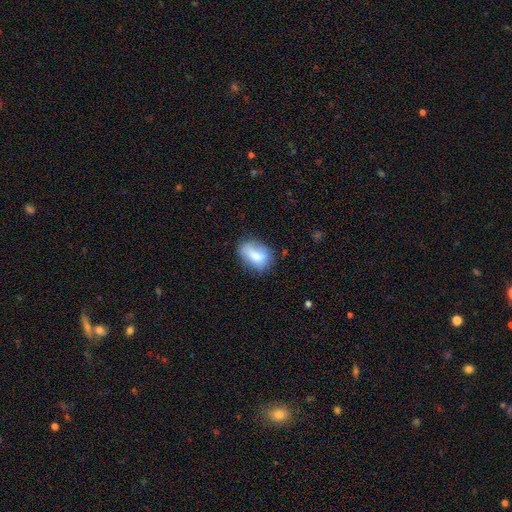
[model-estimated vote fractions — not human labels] A smooth galaxy with no disk features (75%) that is in between round and cigar-shaped (86%). Merging: none (63%).